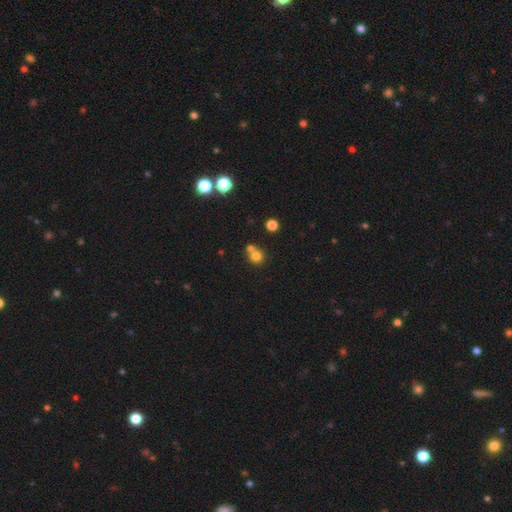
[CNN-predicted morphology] smooth_or_featured: smooth (p=0.75) [alt: star or artifact p=0.15]
how_rounded: round (p=0.88) [alt: in between p=0.11]
merging: none (p=0.50) [alt: merger p=0.41]